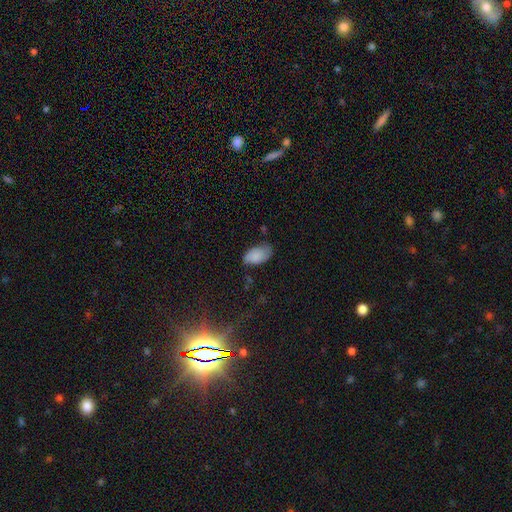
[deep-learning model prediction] Overall: smooth (83%). How rounded: in between (94%). Merging: none (58%; minor disturbance 32%).